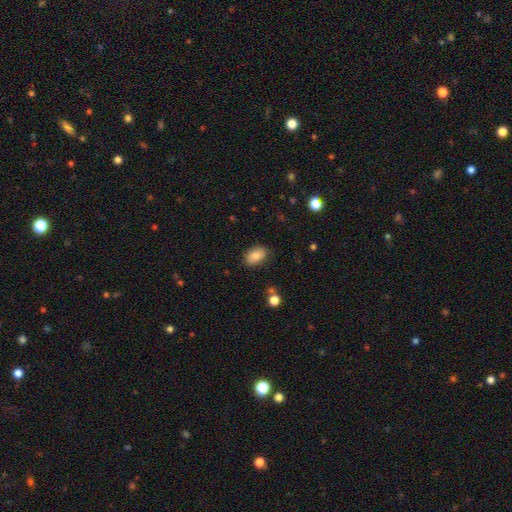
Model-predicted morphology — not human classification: Q: Smooth or featured?
A: smooth (83%); runner-up: featured or disk (9%)
Q: How rounded?
A: in between (87%); runner-up: round (11%)
Q: Merging?
A: none (85%); runner-up: minor disturbance (11%)